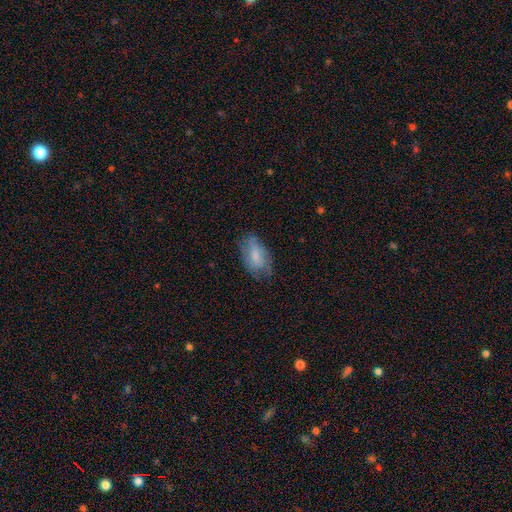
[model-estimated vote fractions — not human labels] smooth-or-featured: smooth: 57% | featured or disk: 35% | star or artifact: 7%
  how-rounded: in between: 91% | round: 5% | cigar-shaped: 4%
  merging: none: 63% | minor disturbance: 26% | major disturbance: 10% | merger: 1%